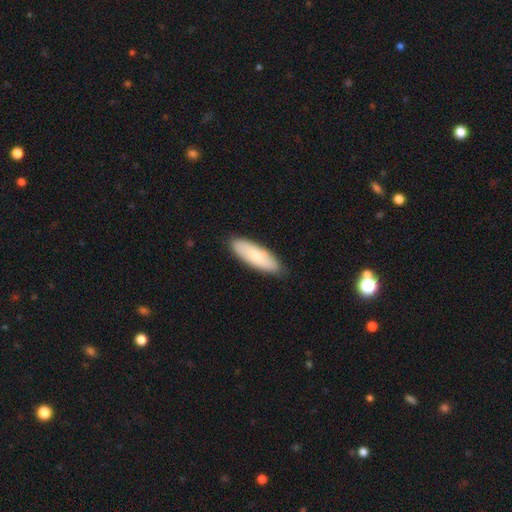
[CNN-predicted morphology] Overall: smooth (72%). How rounded: in between (56%; cigar-shaped 42%). Merging: none (86%).